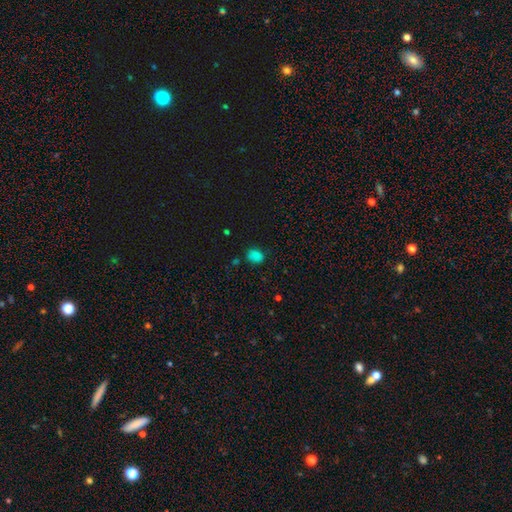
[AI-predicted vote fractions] A smooth galaxy with no disk features (78%) that is in between round and cigar-shaped (68%). Merging: none (74%).